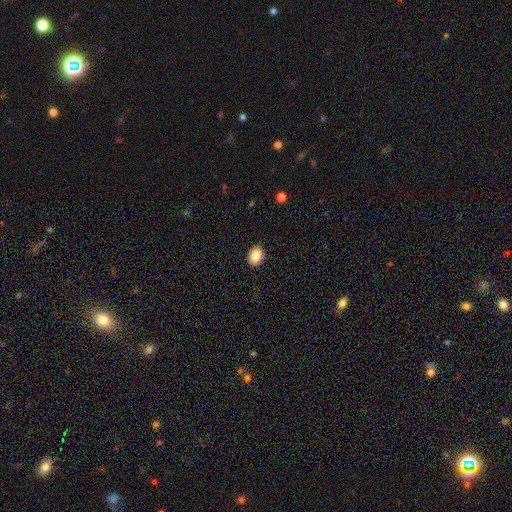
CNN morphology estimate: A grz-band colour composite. It shows a smooth galaxy with no disk features (86%) that is in between round and cigar-shaped (63%). Merging: none (90%).